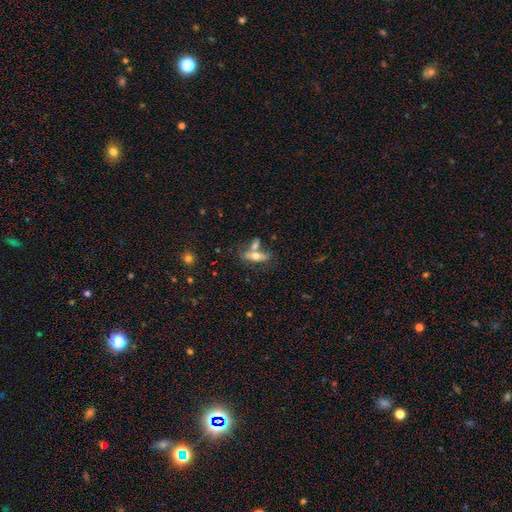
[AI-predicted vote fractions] Morphology: type=smooth (50%); roundness=in between (56%); merging=none (42%).